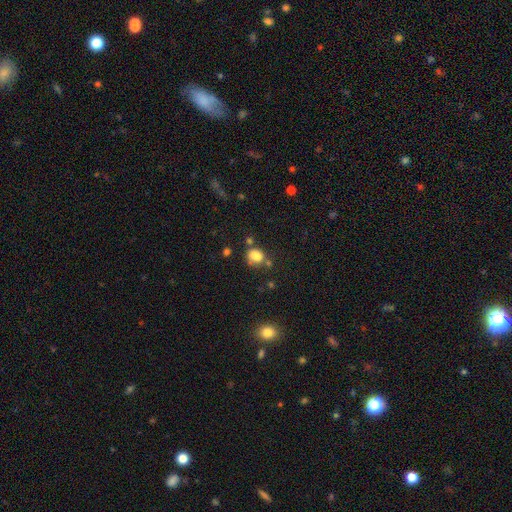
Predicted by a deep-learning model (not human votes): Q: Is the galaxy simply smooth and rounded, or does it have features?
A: smooth — 76%.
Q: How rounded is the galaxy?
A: in between — 57%.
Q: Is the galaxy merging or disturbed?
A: none — 45%.